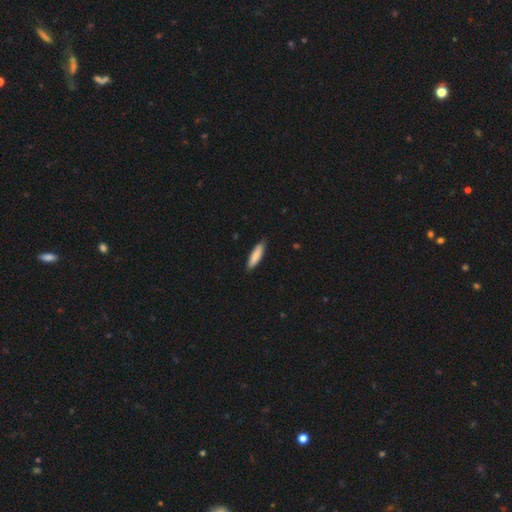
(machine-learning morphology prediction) The model was most divided on "how rounded": cigar-shaped: 67%, in between: 31%, round: 1%. More confident: merging — none (87%); smooth or featured — smooth (84%).